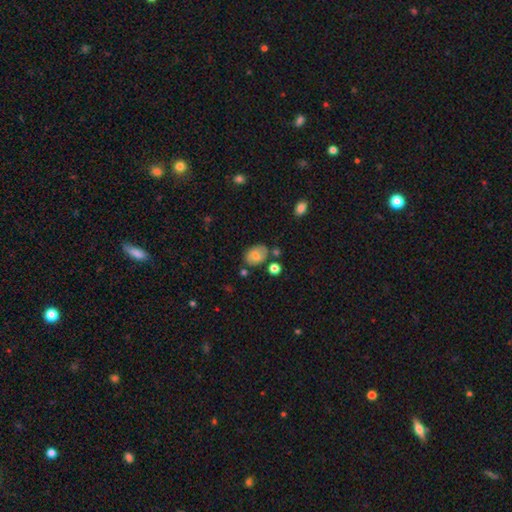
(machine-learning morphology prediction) smooth 70%, featured or disk 21%, star or artifact 9%. Down the decision tree: how rounded — in between (76%); merging — none (66%).